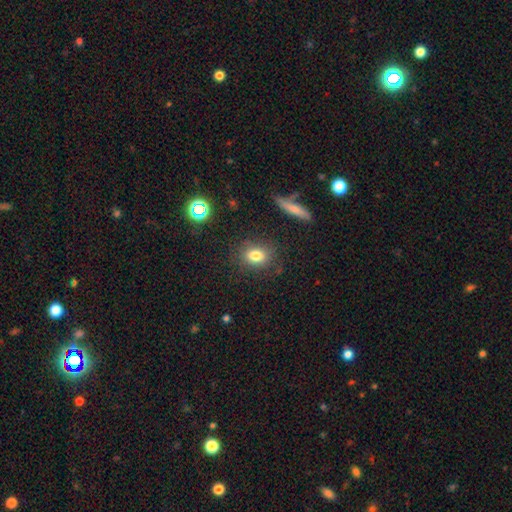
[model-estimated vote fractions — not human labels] Smooth or featured? Predicted: smooth (p=0.79). How rounded? Predicted: round (p=0.50). Merging? Predicted: none (p=0.83).